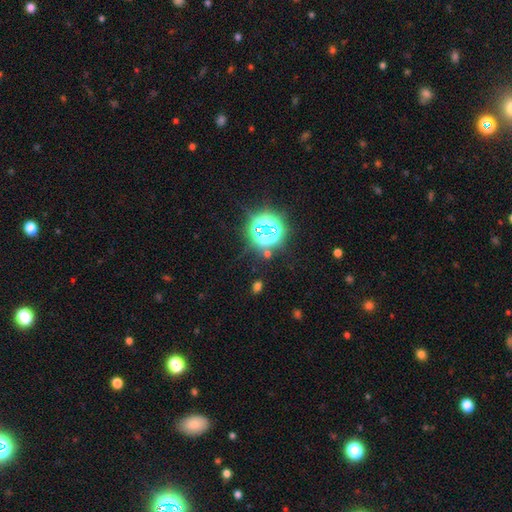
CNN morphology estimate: Q: Smooth or featured?
A: star or artifact (79%); runner-up: smooth (14%)